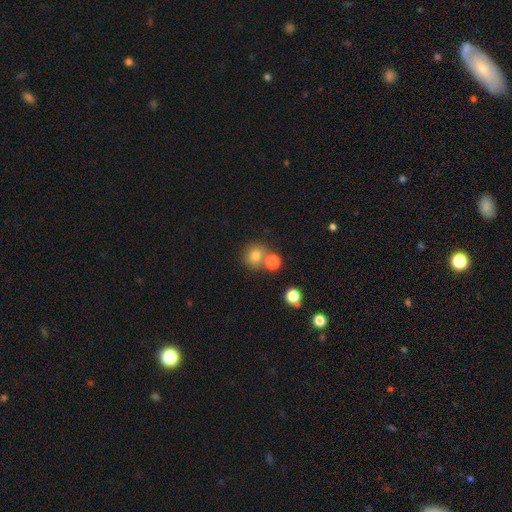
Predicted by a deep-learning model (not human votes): Smooth or featured? smooth (78%)
How rounded? round (87%)
Merging? none (60%)